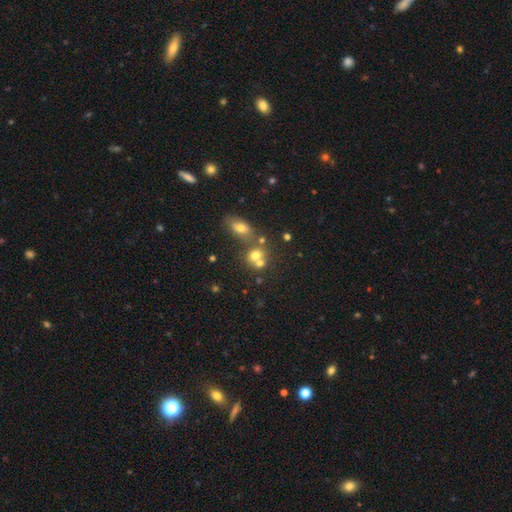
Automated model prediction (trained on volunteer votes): smooth 67%, featured or disk 17%, star or artifact 17%. Down the decision tree: how rounded — round (67%); merging — merger (47%).